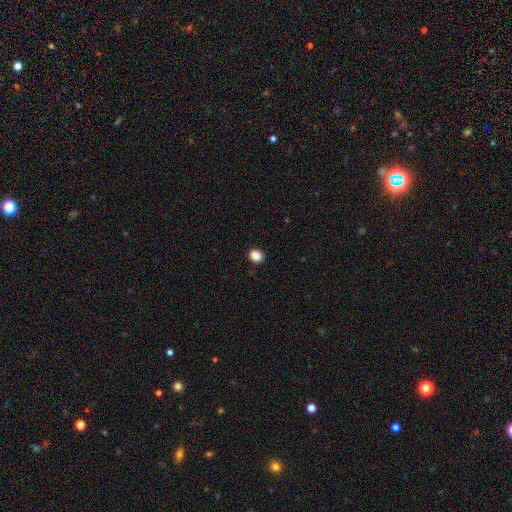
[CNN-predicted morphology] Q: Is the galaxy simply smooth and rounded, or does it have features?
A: smooth — 88%.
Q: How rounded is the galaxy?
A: round — 71%.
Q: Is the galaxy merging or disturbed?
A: none — 91%.